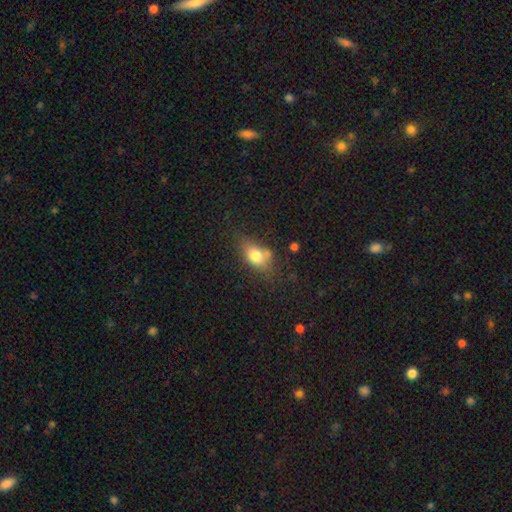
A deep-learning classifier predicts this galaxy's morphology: smooth_or_featured: smooth (p=0.75) [alt: featured or disk p=0.15]
how_rounded: in between (p=0.76) [alt: round p=0.19]
merging: none (p=0.55) [alt: minor disturbance p=0.25]